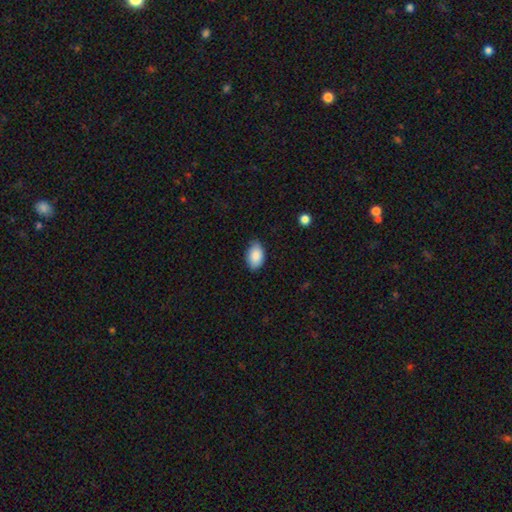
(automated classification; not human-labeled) smooth_or_featured: smooth (p=0.88) [alt: star or artifact p=0.07]
how_rounded: in between (p=0.92) [alt: round p=0.07]
merging: none (p=0.78) [alt: minor disturbance p=0.19]